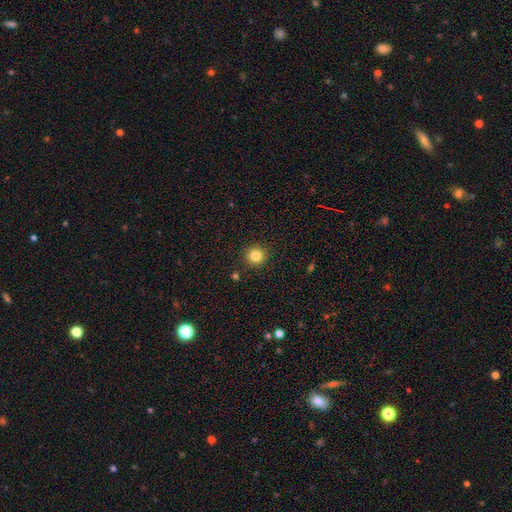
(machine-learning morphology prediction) This appears to be a smooth galaxy with no disk features (83%) that is round (95%). Merging: none (91%).